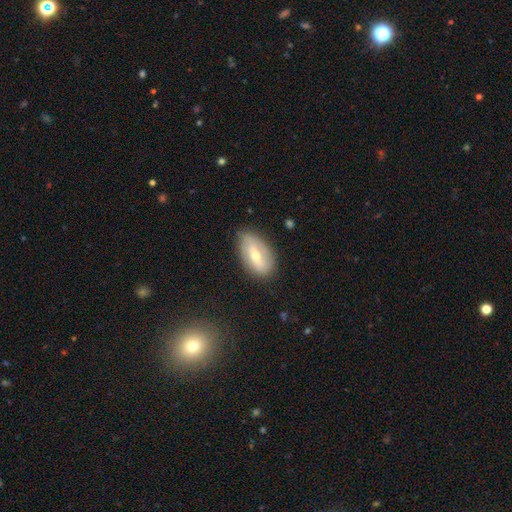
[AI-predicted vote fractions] Smooth or featured? featured or disk (51%)
Edge-on disk? no (86%)
Merging? none (77%)